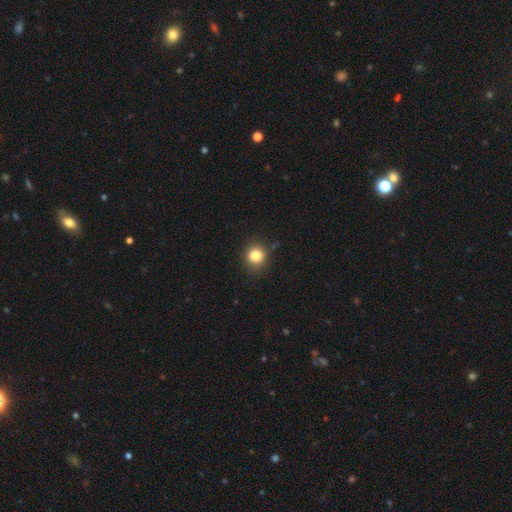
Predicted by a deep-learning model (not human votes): Overall: smooth (82%). How rounded: round (86%). Merging: none (87%).